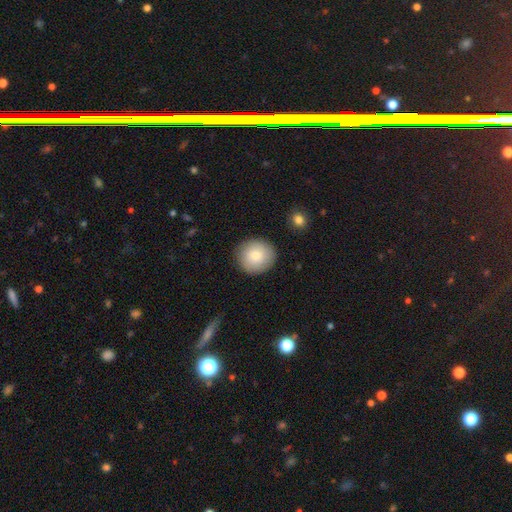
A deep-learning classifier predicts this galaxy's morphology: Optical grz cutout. It shows a smooth galaxy with no disk features (82%) that is round (89%). Merging: none (88%).